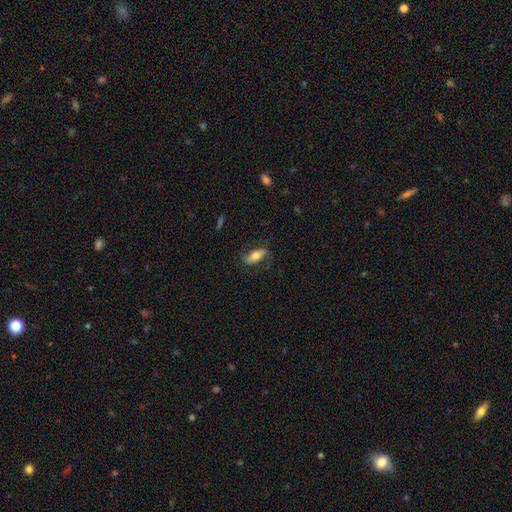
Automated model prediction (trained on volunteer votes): Smooth or featured?
  - smooth: 59% *
  - featured or disk: 34%
  - star or artifact: 7%
How rounded?
  - in between: 67% *
  - cigar-shaped: 29%
  - round: 3%
Merging?
  - none: 75% *
  - minor disturbance: 17%
  - major disturbance: 7%
  - merger: 1%